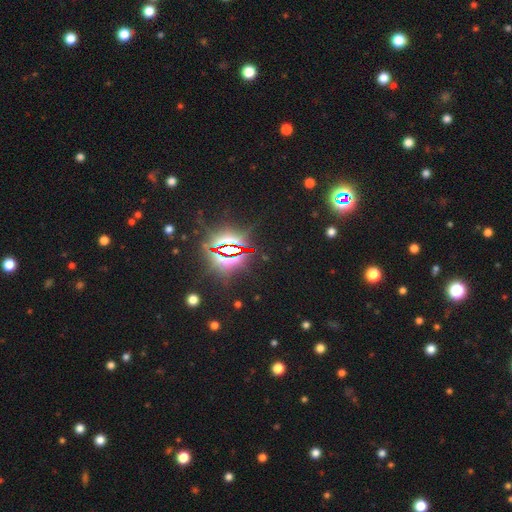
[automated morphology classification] A star or artifact, not a galaxy (85%).

Vote fractions:
- Smooth or featured? star or artifact: 85% / smooth: 9% / featured or disk: 7%